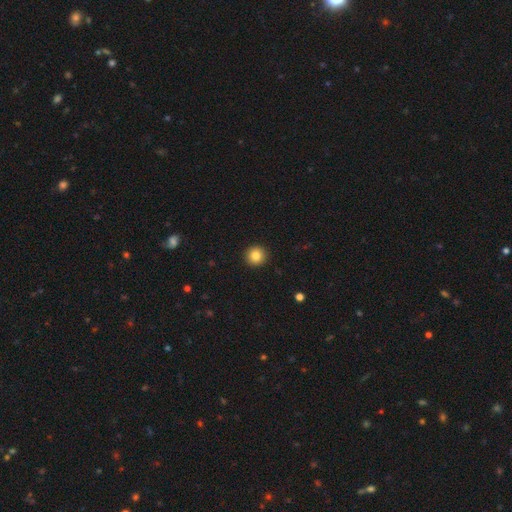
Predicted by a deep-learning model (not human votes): This is clearly a smooth galaxy (85%). How rounded: clearly round (95%). Merging: clearly none (93%).